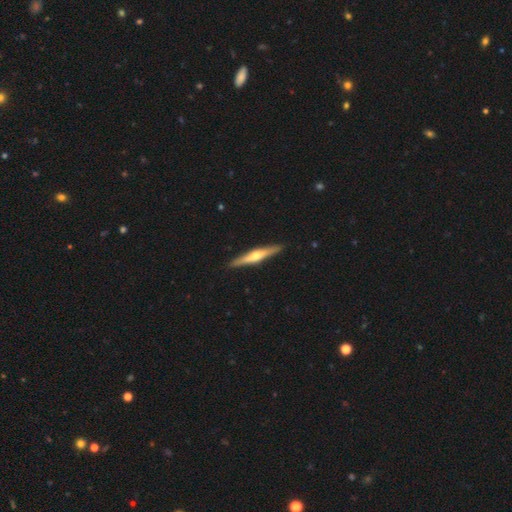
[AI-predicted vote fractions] Q: Smooth or featured?
A: featured or disk (70%); runner-up: smooth (25%)
Q: Edge-on disk?
A: yes (97%); runner-up: no (3%)
Q: Edge-on bulge?
A: rounded (90%); runner-up: none (6%)
Q: Merging?
A: none (92%); runner-up: minor disturbance (6%)